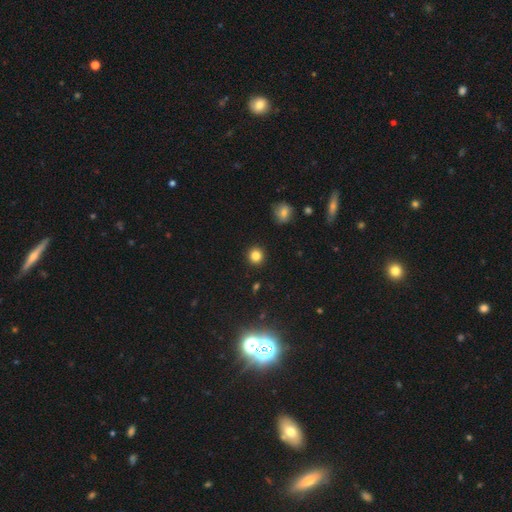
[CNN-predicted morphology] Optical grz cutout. It shows a smooth galaxy with no disk features (83%) that is round (91%). Merging: none (92%).